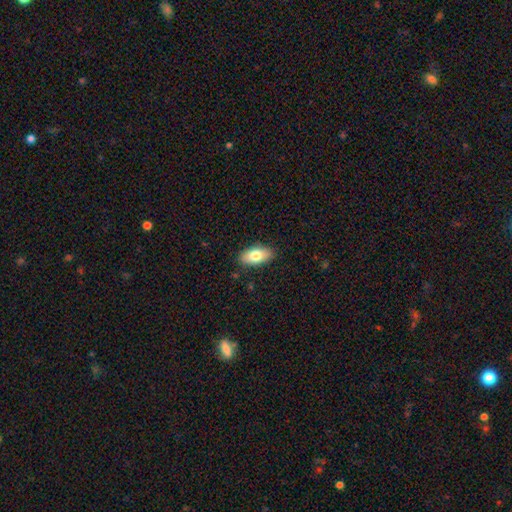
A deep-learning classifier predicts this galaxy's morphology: Smooth or featured?
  - smooth: 77% *
  - featured or disk: 16%
  - star or artifact: 7%
How rounded?
  - in between: 91% *
  - cigar-shaped: 6%
  - round: 3%
Merging?
  - none: 88% *
  - minor disturbance: 9%
  - major disturbance: 2%
  - merger: 1%